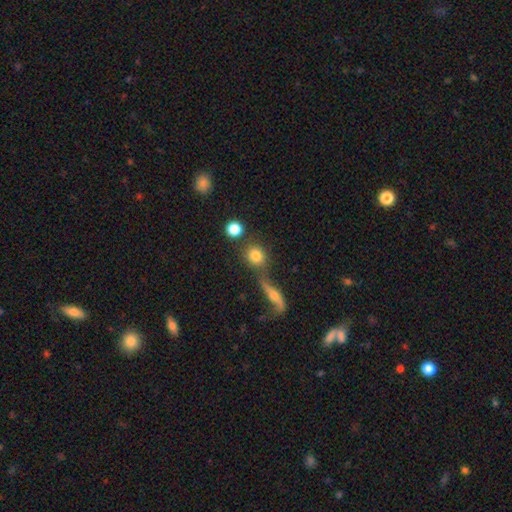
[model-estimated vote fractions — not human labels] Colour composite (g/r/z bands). It shows a smooth galaxy with no disk features (81%) that is round (80%). Merging: none (58%).